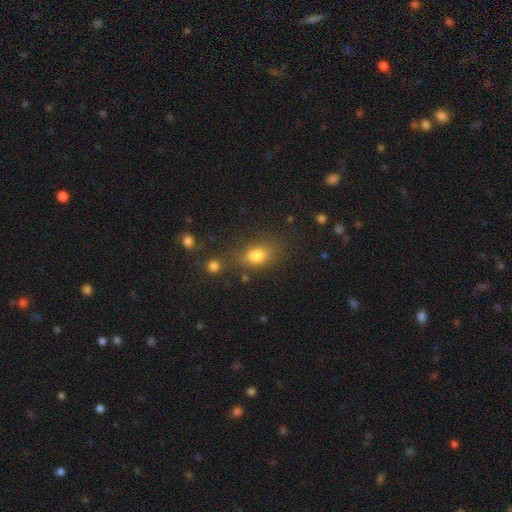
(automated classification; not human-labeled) A smooth galaxy with no disk features (80%) that is in between round and cigar-shaped (73%).

Vote fractions:
- Smooth or featured? smooth: 80% / star or artifact: 12% / featured or disk: 8%
- How rounded? in between: 73% / round: 24% / cigar-shaped: 3%
- Merging? none: 61% / minor disturbance: 19% / merger: 12% / major disturbance: 9%